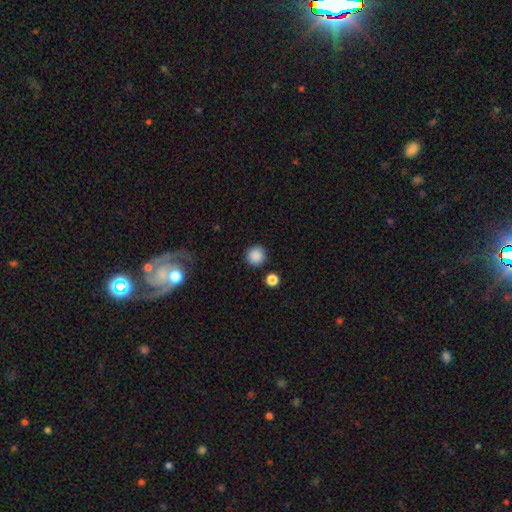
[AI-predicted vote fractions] smooth_or_featured: smooth (p=0.87) [alt: star or artifact p=0.10]
how_rounded: round (p=0.95) [alt: in between p=0.04]
merging: none (p=0.88) [alt: minor disturbance p=0.06]